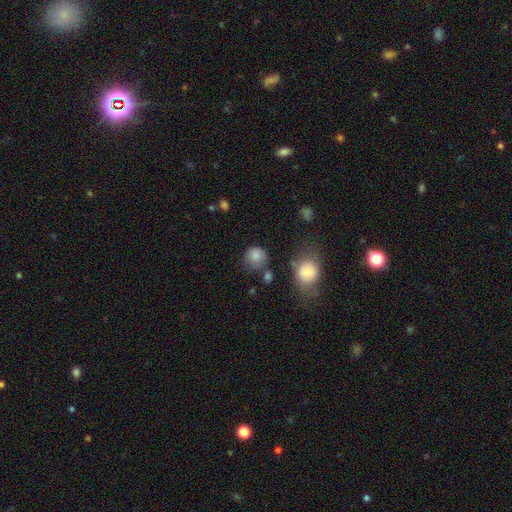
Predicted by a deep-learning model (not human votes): smooth-or-featured: smooth: 84% | star or artifact: 10% | featured or disk: 6%
  how-rounded: round: 86% | in between: 13% | cigar-shaped: 1%
  merging: none: 65% | minor disturbance: 20% | major disturbance: 8% | merger: 7%